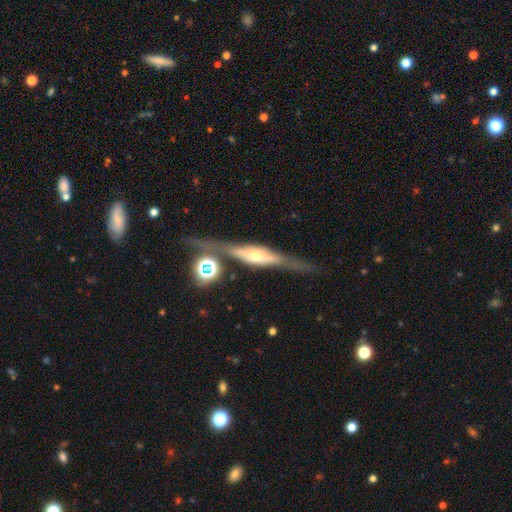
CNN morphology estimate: This is likely a featured or disk galaxy (78%). It is clearly viewed edge-on (94%). Edge-on bulge: likely rounded (77%). Merging: likely none (77%).